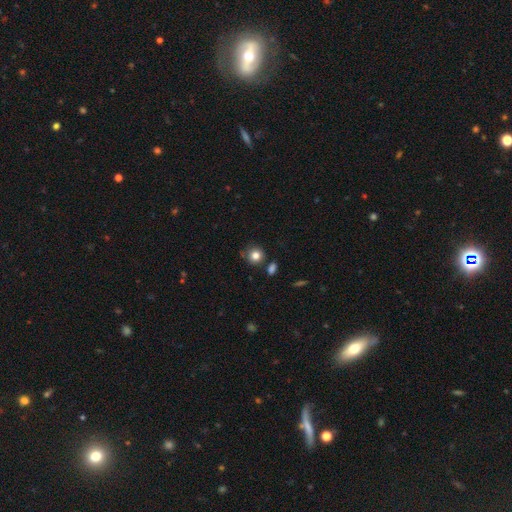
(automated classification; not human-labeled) This is clearly a smooth galaxy (82%). How rounded: clearly round (88%). Merging: likely none (77%).